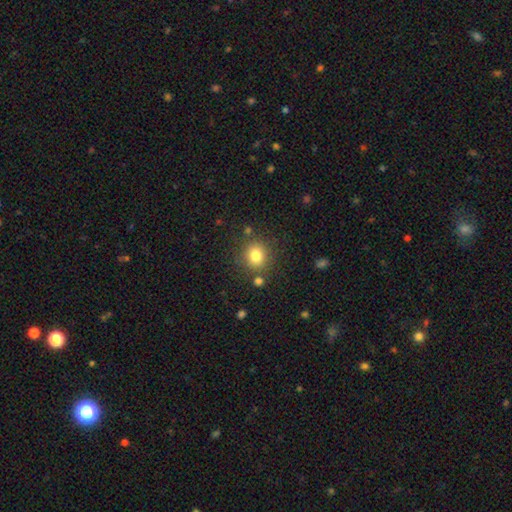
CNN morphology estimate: This is clearly a smooth galaxy (80%). How rounded: clearly round (82%). Merging: clearly none (81%).